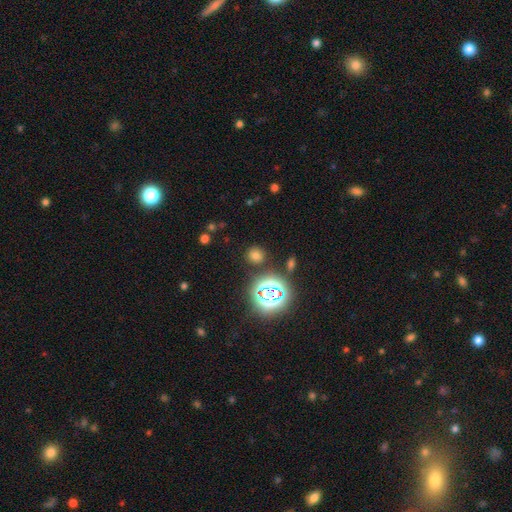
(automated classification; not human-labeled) A smooth galaxy with no disk features (65%) that is round (82%). Merging: none (86%).